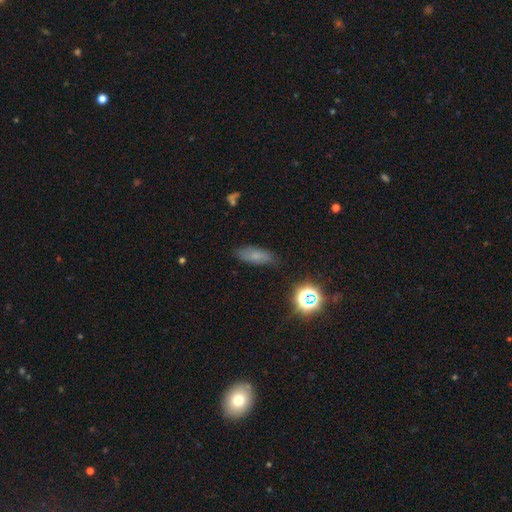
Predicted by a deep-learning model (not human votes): The model was most divided on "how rounded": in between: 64%, cigar-shaped: 32%, round: 4%. More confident: merging — none (80%); smooth or featured — smooth (72%).